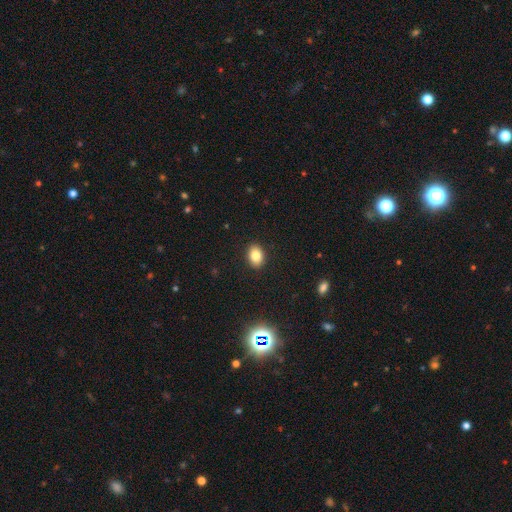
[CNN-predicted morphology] This is clearly a smooth galaxy (83%). How rounded: likely in between (76%). Merging: clearly none (90%).